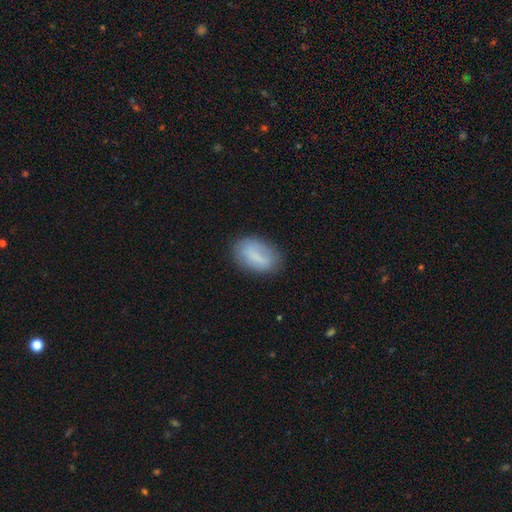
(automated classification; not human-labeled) Morphology: type=smooth (71%); roundness=in between (89%); merging=none (73%).